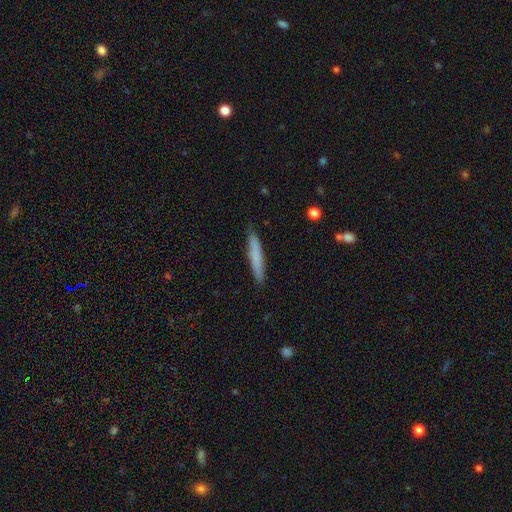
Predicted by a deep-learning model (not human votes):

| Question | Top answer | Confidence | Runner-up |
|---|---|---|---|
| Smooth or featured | smooth | 75% | featured or disk (19%) |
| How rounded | cigar-shaped | 94% | in between (4%) |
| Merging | none | 89% | minor disturbance (9%) |